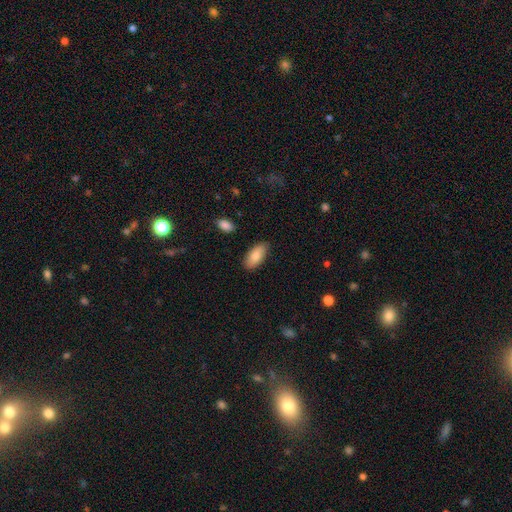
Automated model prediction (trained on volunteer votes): This is clearly a smooth galaxy (83%). How rounded: clearly in between (92%). Merging: clearly none (84%).